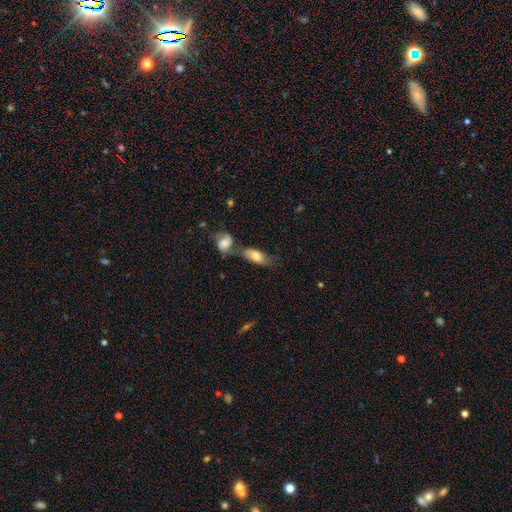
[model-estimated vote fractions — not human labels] A smooth galaxy with no disk features (65%) that is in between round and cigar-shaped (81%).

Vote fractions:
- Smooth or featured? smooth: 65% / featured or disk: 28% / star or artifact: 7%
- How rounded? in between: 81% / cigar-shaped: 15% / round: 5%
- Merging? merger: 44% / none: 35% / minor disturbance: 14% / major disturbance: 8%